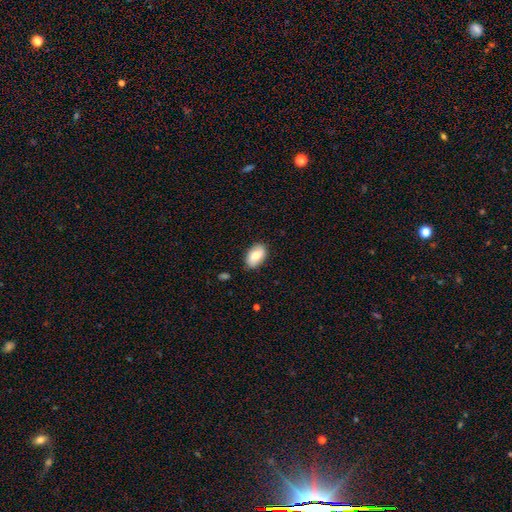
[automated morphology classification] Smooth or featured? Predicted: smooth (p=0.77). How rounded? Predicted: in between (p=0.91). Merging? Predicted: none (p=0.83).